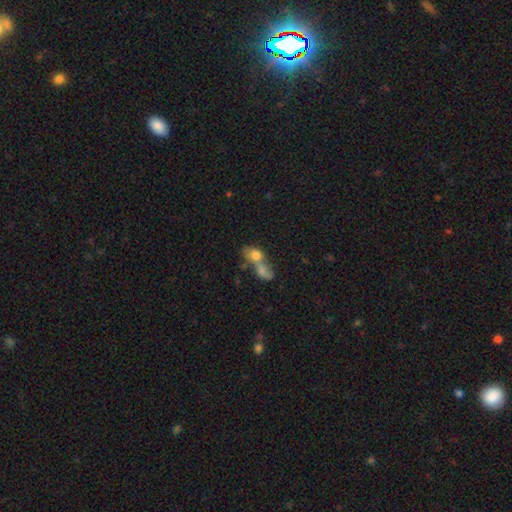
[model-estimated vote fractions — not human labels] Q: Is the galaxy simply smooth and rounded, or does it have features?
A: smooth — 69%.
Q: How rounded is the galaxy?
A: in between — 58%.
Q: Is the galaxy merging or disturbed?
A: merger — 76%.